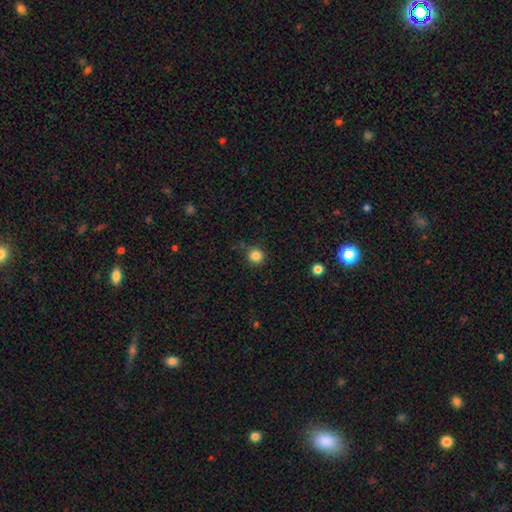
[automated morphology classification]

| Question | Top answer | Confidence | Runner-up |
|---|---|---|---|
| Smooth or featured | smooth | 84% | star or artifact (12%) |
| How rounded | round | 95% | in between (4%) |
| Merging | none | 86% | minor disturbance (9%) |